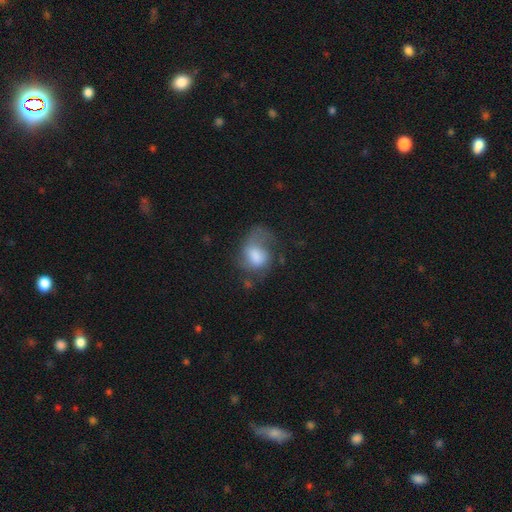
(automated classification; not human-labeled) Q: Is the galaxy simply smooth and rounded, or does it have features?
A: smooth — 53%.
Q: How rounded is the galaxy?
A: in between — 61%.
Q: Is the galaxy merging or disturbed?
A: major disturbance — 40%.